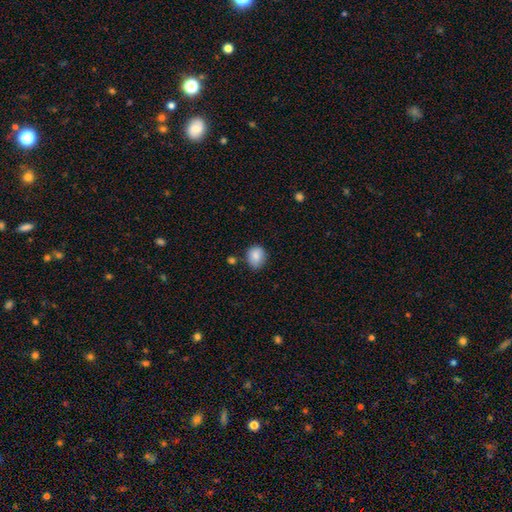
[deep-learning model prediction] A smooth galaxy with no disk features (86%) that is round (66%).

Vote fractions:
- Smooth or featured? smooth: 86% / star or artifact: 8% / featured or disk: 6%
- How rounded? round: 66% / in between: 33% / cigar-shaped: 1%
- Merging? none: 73% / minor disturbance: 19% / merger: 4% / major disturbance: 3%